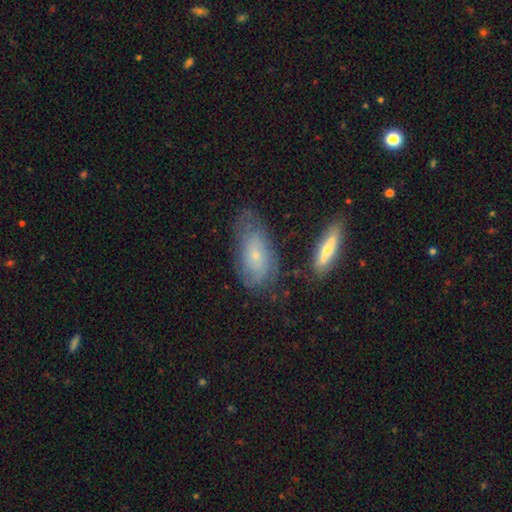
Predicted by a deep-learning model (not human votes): Smooth or featured?
  - featured or disk: 48% *
  - smooth: 44%
  - star or artifact: 8%
Merging?
  - none: 59% *
  - minor disturbance: 25%
  - major disturbance: 11%
  - merger: 5%